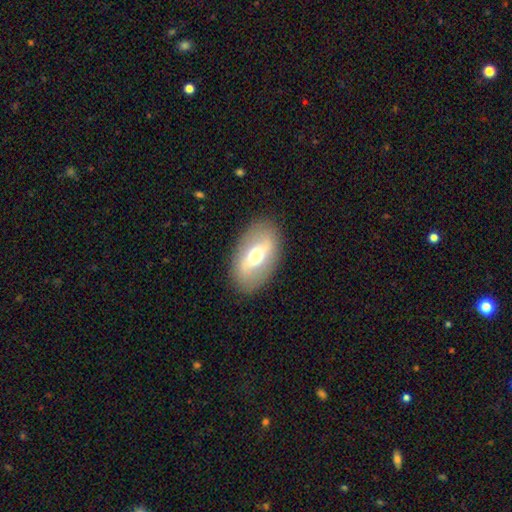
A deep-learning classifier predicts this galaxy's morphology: Smooth or featured: featured or disk — 49% (smooth — 44%)
Merging: none — 86% (minor disturbance — 9%)